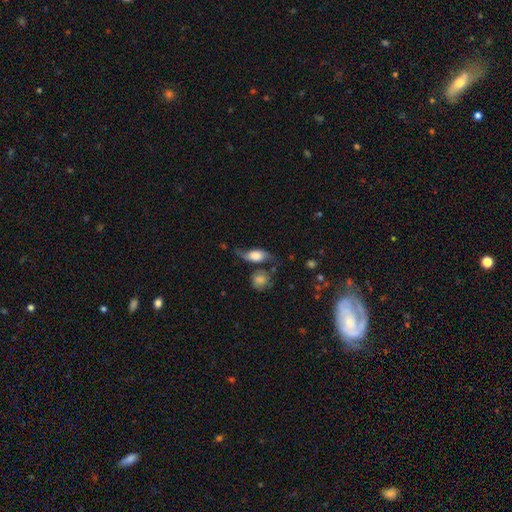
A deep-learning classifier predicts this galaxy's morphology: This appears to be a featured or disk galaxy (54%). Merging: none (47%).